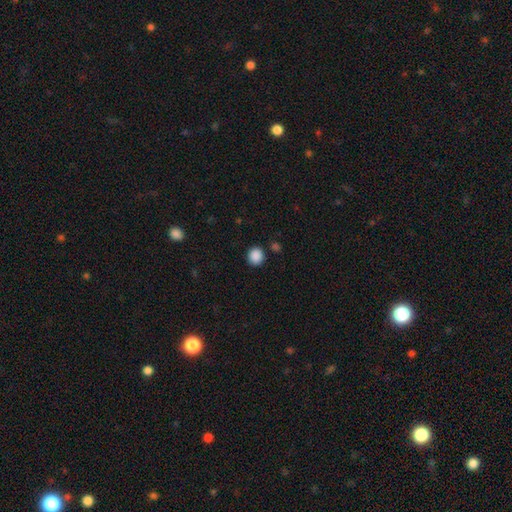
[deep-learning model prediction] A smooth galaxy with no disk features (88%) that is round (89%). Merging: none (89%).